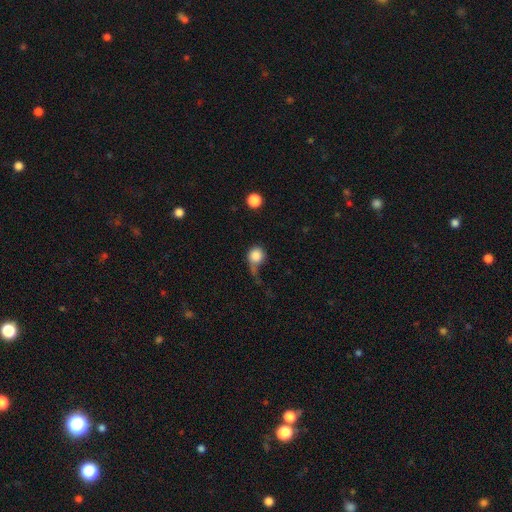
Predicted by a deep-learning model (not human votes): This is clearly a smooth galaxy (82%). How rounded: clearly round (87%). Merging: marginally major disturbance (37%).